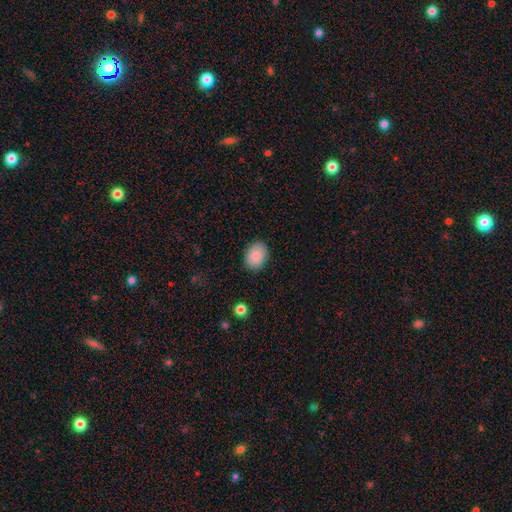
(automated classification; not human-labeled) Smooth or featured?
  - smooth: 88% *
  - star or artifact: 8%
  - featured or disk: 4%
How rounded?
  - in between: 66% *
  - round: 33%
  - cigar-shaped: 1%
Merging?
  - none: 87% *
  - minor disturbance: 10%
  - major disturbance: 2%
  - merger: 1%